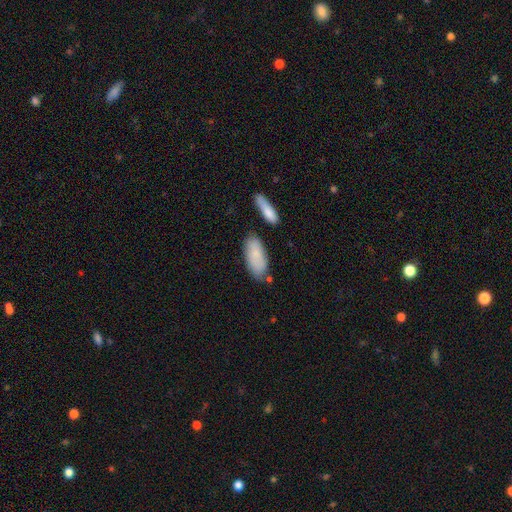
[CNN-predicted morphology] smooth-or-featured: smooth: 82% | featured or disk: 12% | star or artifact: 6%
  how-rounded: in between: 84% | cigar-shaped: 14% | round: 2%
  merging: none: 69% | minor disturbance: 18% | merger: 9% | major disturbance: 4%